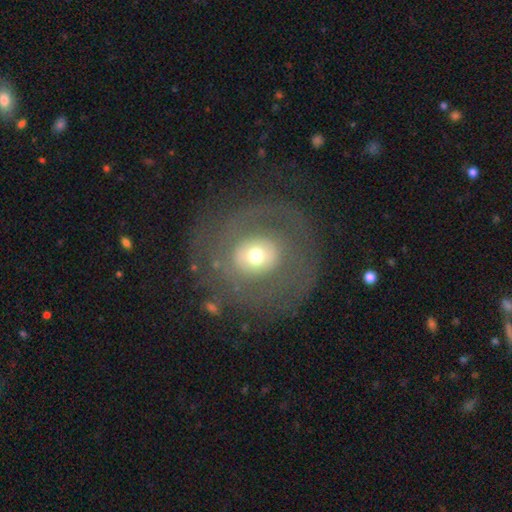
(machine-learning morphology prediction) smooth-or-featured: featured or disk: 51% | smooth: 38% | star or artifact: 10%
  disk-edge-on: no: 95% | yes: 5%
  merging: none: 72% | major disturbance: 13% | minor disturbance: 12% | merger: 2%